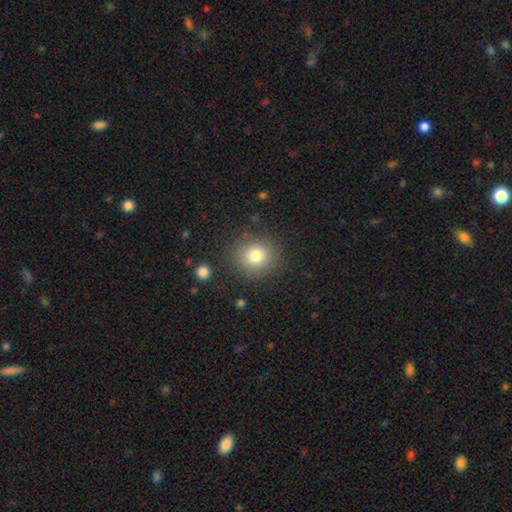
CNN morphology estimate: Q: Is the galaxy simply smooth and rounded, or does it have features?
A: smooth — 78%.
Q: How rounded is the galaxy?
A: round — 88%.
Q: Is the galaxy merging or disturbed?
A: none — 86%.